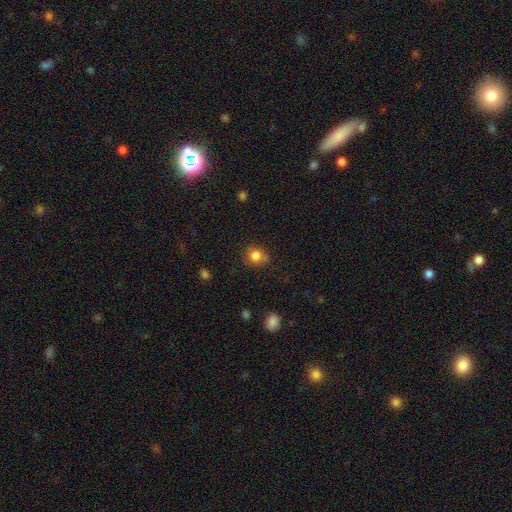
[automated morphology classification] Q: Smooth or featured?
A: smooth (84%); runner-up: star or artifact (11%)
Q: How rounded?
A: round (79%); runner-up: in between (20%)
Q: Merging?
A: none (77%); runner-up: minor disturbance (17%)